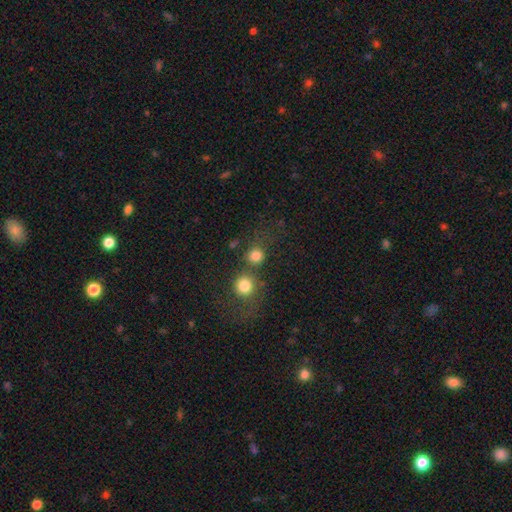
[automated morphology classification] A smooth galaxy with no disk features (80%) that is round (88%).

Vote fractions:
- Smooth or featured? smooth: 80% / star or artifact: 13% / featured or disk: 7%
- How rounded? round: 88% / in between: 11% / cigar-shaped: 1%
- Merging? none: 54% / merger: 31% / minor disturbance: 8% / major disturbance: 6%